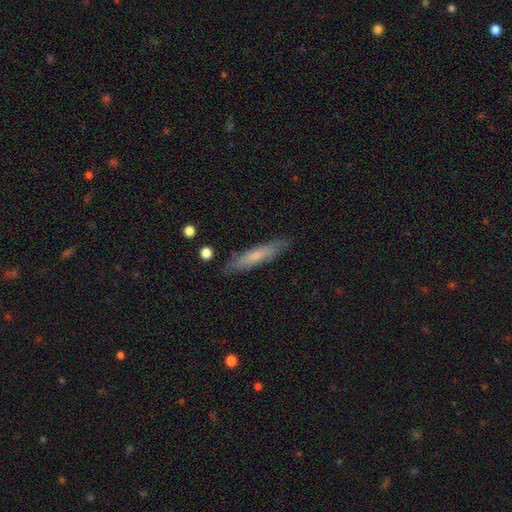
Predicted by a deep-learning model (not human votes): A smooth galaxy with no disk features (61%) that is cigar-shaped (87%). Merging: none (84%).